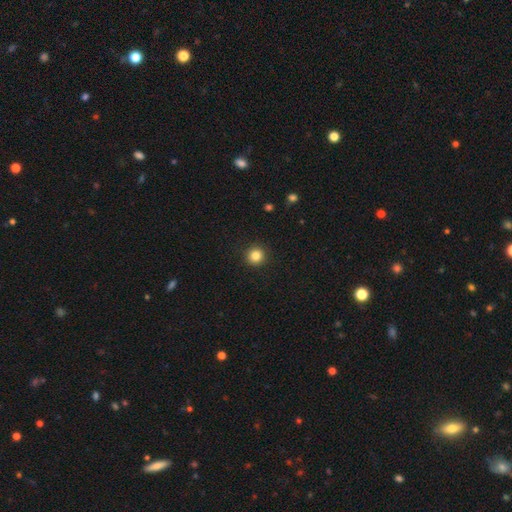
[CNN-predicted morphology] A smooth galaxy with no disk features (84%) that is round (95%).

Vote fractions:
- Smooth or featured? smooth: 84% / star or artifact: 11% / featured or disk: 5%
- How rounded? round: 95% / in between: 4% / cigar-shaped: 1%
- Merging? none: 93% / minor disturbance: 5% / major disturbance: 2% / merger: 1%